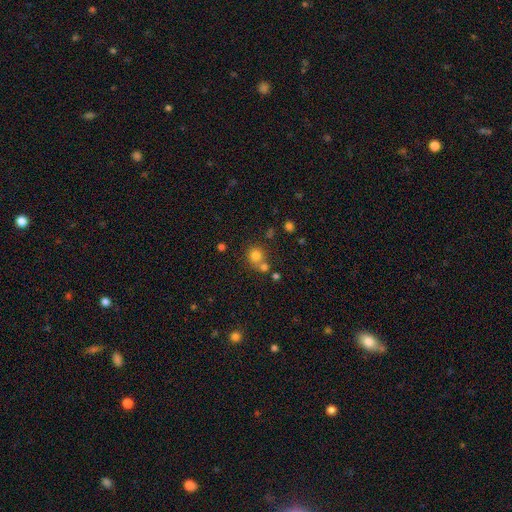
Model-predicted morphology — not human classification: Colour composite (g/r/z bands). It shows a smooth galaxy with no disk features (77%) that is round (85%). Merging: none (53%).